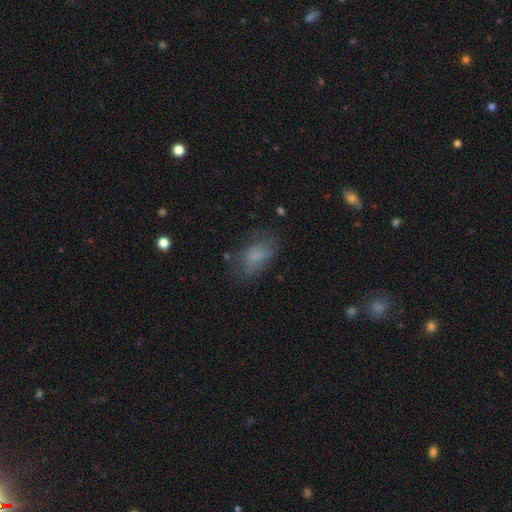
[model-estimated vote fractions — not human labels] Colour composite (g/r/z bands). It shows a smooth galaxy with no disk features (71%) that is in between round and cigar-shaped (90%). Merging: none (61%).